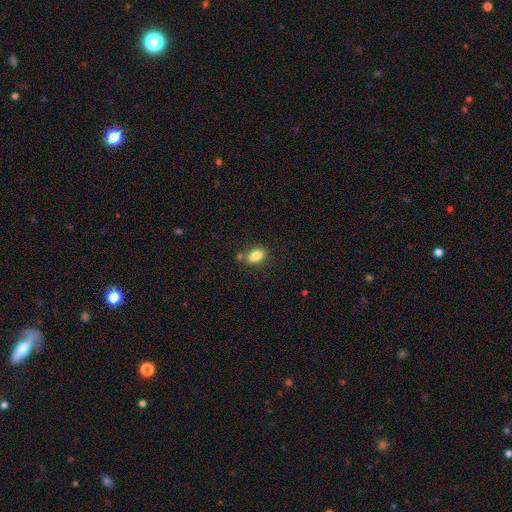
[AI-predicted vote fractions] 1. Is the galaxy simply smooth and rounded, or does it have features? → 84% smooth, 9% star or artifact, 7% featured or disk.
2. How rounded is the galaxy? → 87% in between, 9% round, 4% cigar-shaped.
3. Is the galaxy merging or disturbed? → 72% none, 13% minor disturbance, 11% merger, 3% major disturbance.